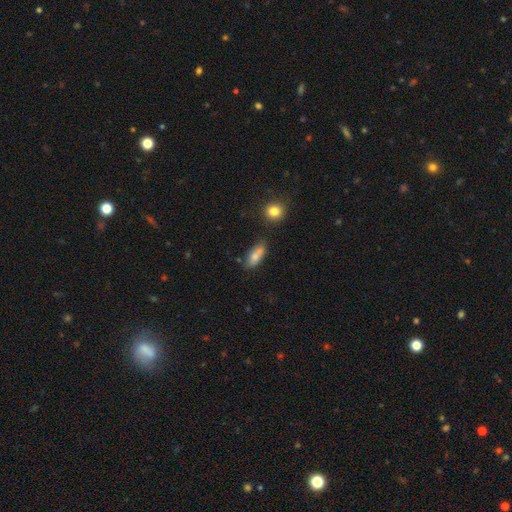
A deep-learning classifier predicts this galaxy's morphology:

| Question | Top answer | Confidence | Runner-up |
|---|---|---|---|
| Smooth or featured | smooth | 75% | featured or disk (17%) |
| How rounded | in between | 72% | cigar-shaped (24%) |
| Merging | none | 65% | minor disturbance (19%) |